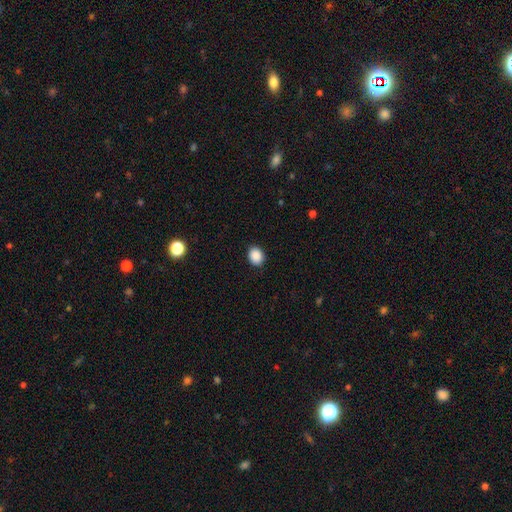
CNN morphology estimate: Smooth or featured?
  - smooth: 89% *
  - star or artifact: 8%
  - featured or disk: 2%
How rounded?
  - round: 54% *
  - in between: 45%
  - cigar-shaped: 1%
Merging?
  - none: 90% *
  - minor disturbance: 7%
  - major disturbance: 2%
  - merger: 1%